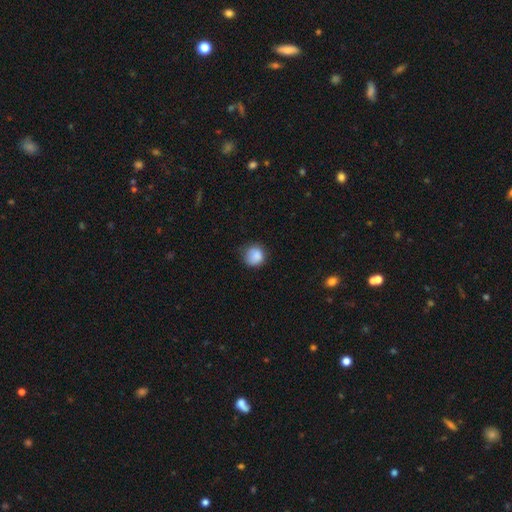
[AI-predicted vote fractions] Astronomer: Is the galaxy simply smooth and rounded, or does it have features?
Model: smooth — 86%.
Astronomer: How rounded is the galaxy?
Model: round — 87%.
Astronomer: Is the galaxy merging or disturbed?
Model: none — 68%.